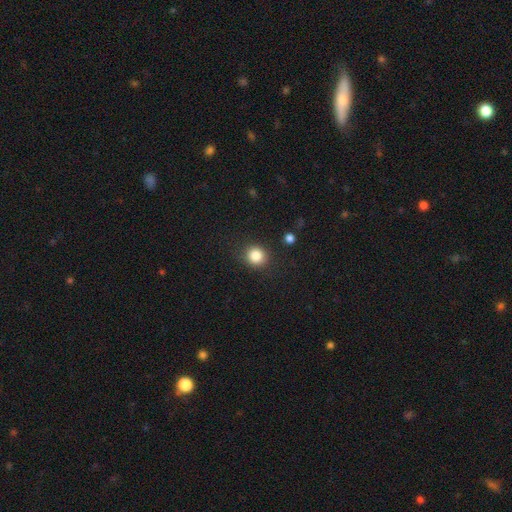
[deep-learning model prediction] Smooth or featured? smooth (85%)
How rounded? round (87%)
Merging? none (88%)